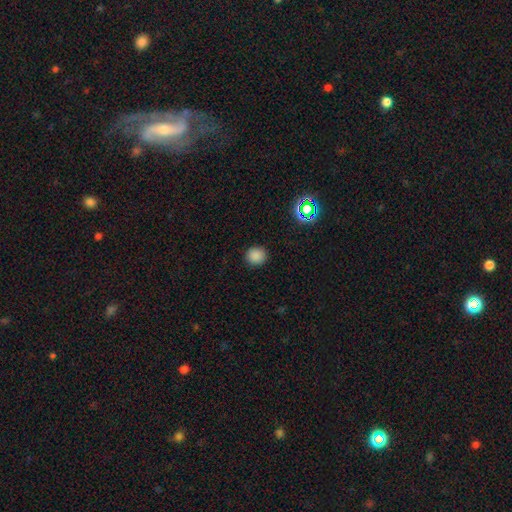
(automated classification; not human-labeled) Q: Smooth or featured?
A: smooth (83%); runner-up: star or artifact (14%)
Q: How rounded?
A: round (89%); runner-up: in between (10%)
Q: Merging?
A: none (90%); runner-up: minor disturbance (6%)